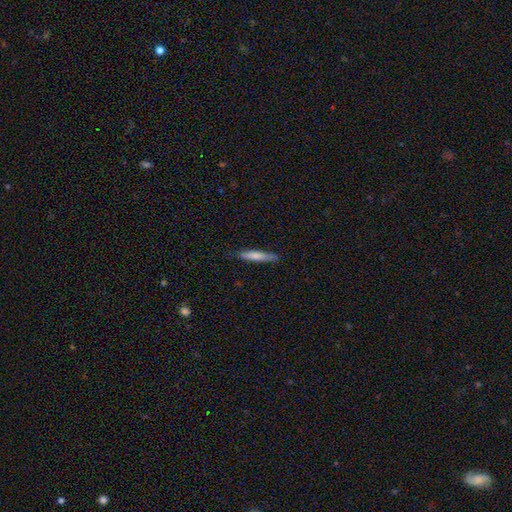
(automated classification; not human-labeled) Smooth or featured: smooth — 74% (featured or disk — 20%)
How rounded: cigar-shaped — 90% (in between — 9%)
Merging: none — 83% (minor disturbance — 14%)